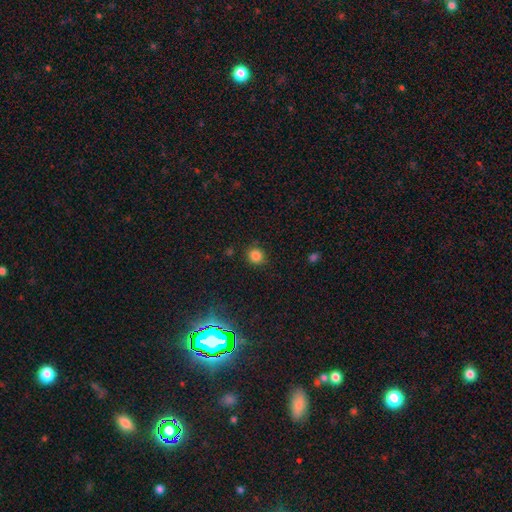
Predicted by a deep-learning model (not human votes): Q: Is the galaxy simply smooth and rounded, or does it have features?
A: smooth — 81%.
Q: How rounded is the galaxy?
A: round — 90%.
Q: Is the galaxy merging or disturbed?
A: none — 87%.